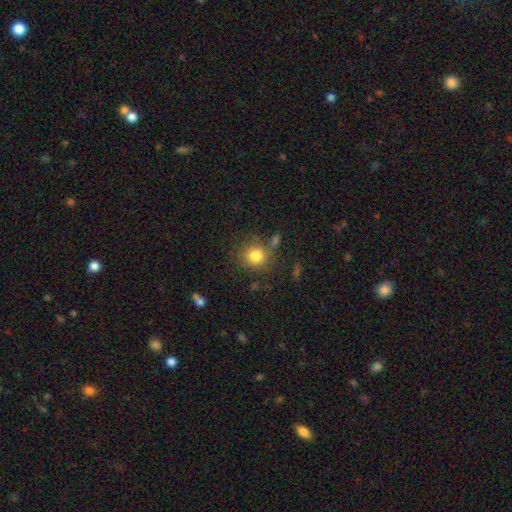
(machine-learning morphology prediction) Smooth or featured? Predicted: smooth (p=0.81). How rounded? Predicted: round (p=0.87). Merging? Predicted: none (p=0.73).